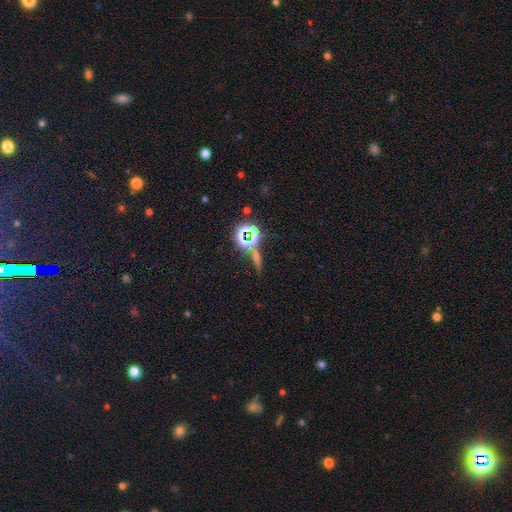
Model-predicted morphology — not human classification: type=star or artifact (62%).